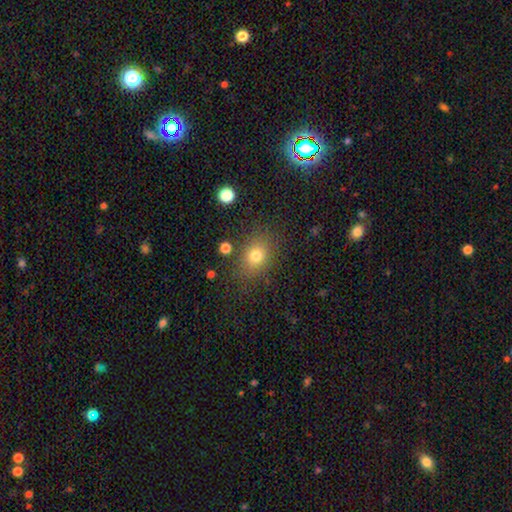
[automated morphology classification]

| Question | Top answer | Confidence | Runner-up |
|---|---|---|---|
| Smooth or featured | smooth | 77% | star or artifact (13%) |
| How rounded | in between | 55% | round (43%) |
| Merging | none | 81% | minor disturbance (12%) |